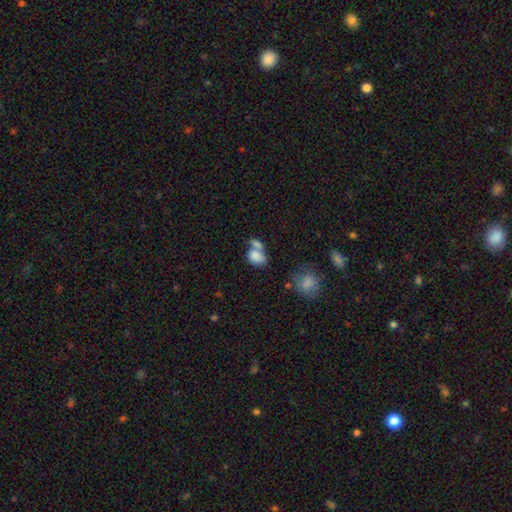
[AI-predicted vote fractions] Smooth or featured? Predicted: smooth (p=0.81). How rounded? Predicted: in between (p=0.79). Merging? Predicted: merger (p=0.57).